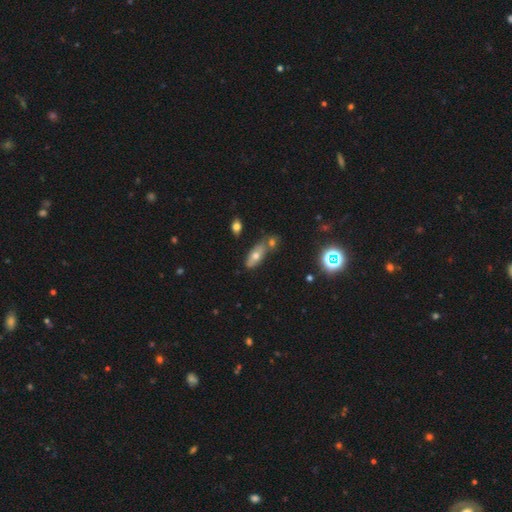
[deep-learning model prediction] Smooth or featured?
  - smooth: 55% *
  - featured or disk: 30%
  - star or artifact: 15%
How rounded?
  - in between: 74% *
  - cigar-shaped: 21%
  - round: 5%
Merging?
  - none: 57% *
  - merger: 23%
  - minor disturbance: 15%
  - major disturbance: 5%